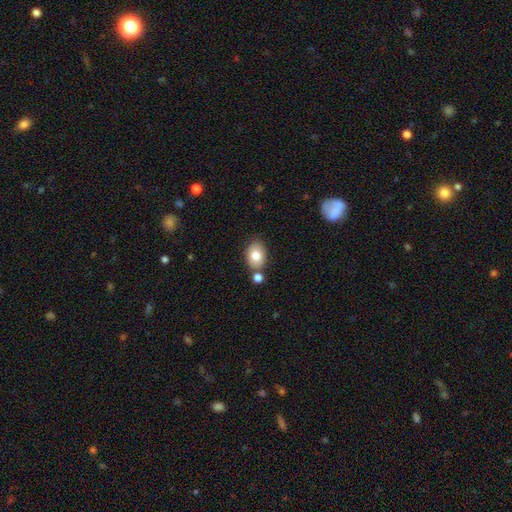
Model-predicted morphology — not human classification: smooth-or-featured: smooth: 79% | featured or disk: 13% | star or artifact: 9%
  how-rounded: in between: 71% | round: 28% | cigar-shaped: 1%
  merging: none: 71% | merger: 13% | minor disturbance: 13% | major disturbance: 3%